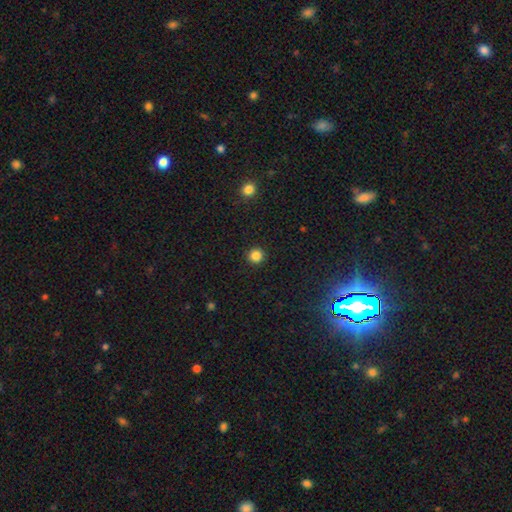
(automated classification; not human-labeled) Smooth or featured? smooth (85%)
How rounded? round (95%)
Merging? none (93%)